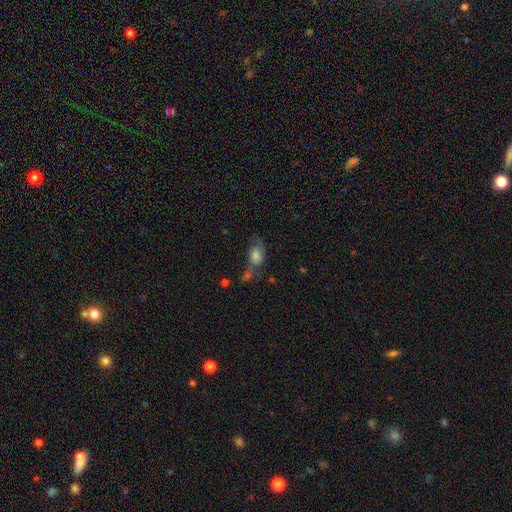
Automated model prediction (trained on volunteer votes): This appears to be a smooth galaxy with no disk features (64%) that is in between round and cigar-shaped (83%). Merging: none (33%).